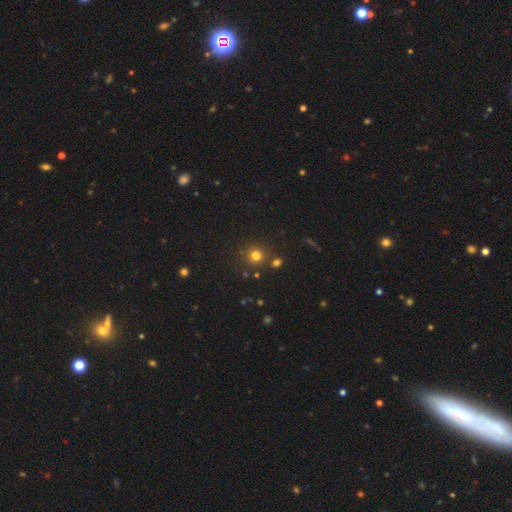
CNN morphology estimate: Smooth or featured? Predicted: smooth (p=0.76). How rounded? Predicted: round (p=0.91). Merging? Predicted: none (p=0.80).